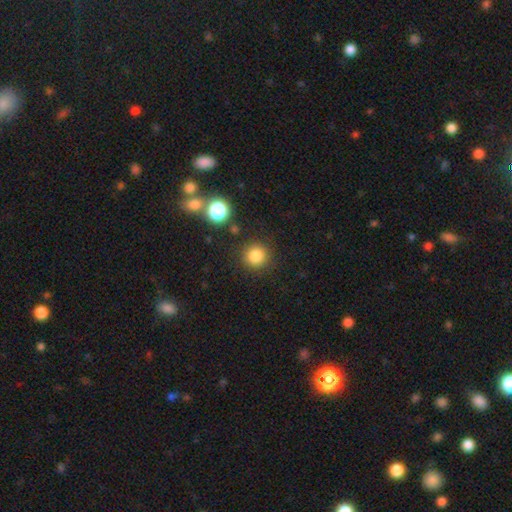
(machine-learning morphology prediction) Smooth or featured? smooth (83%)
How rounded? round (93%)
Merging? none (88%)